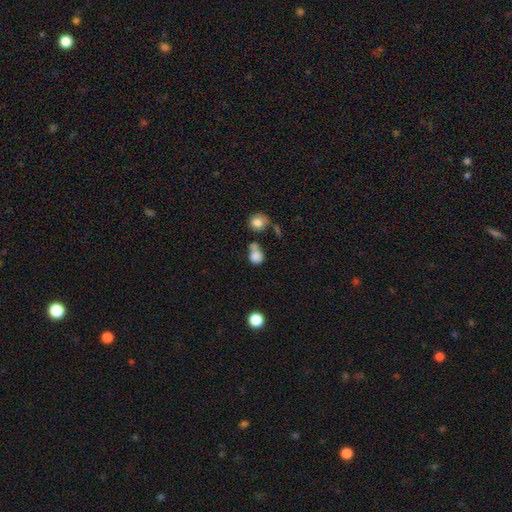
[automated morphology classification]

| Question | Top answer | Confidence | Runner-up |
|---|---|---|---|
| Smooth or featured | smooth | 81% | star or artifact (11%) |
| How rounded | round | 77% | in between (22%) |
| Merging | none | 42% | merger (37%) |